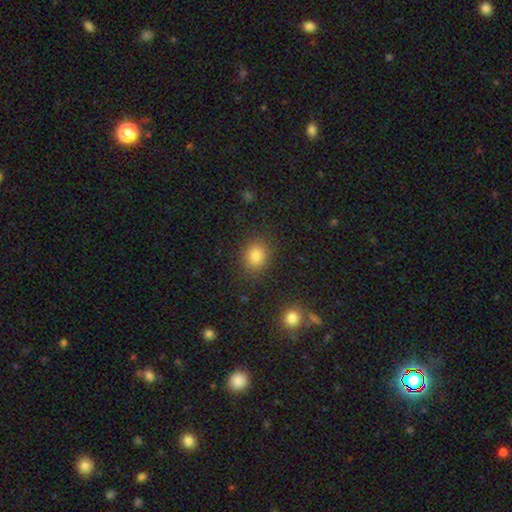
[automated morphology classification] This appears to be a smooth galaxy with no disk features (83%) that is round (64%). Merging: none (85%).